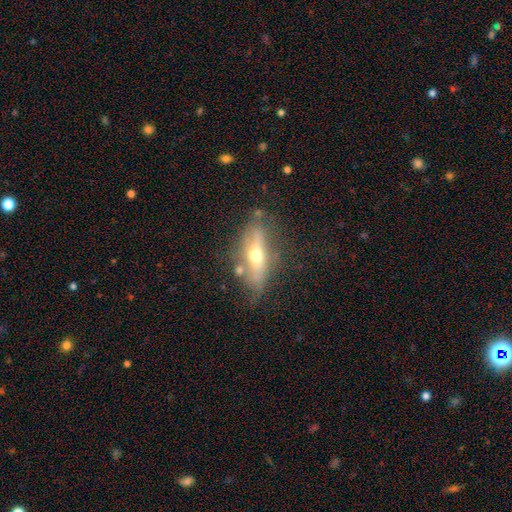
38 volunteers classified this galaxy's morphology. Overall: featured or disk (55%; smooth 39%). Edge-on disk: yes (81%). Edge-on bulge: rounded (94%). Merging: none (47%; minor disturbance 22%).